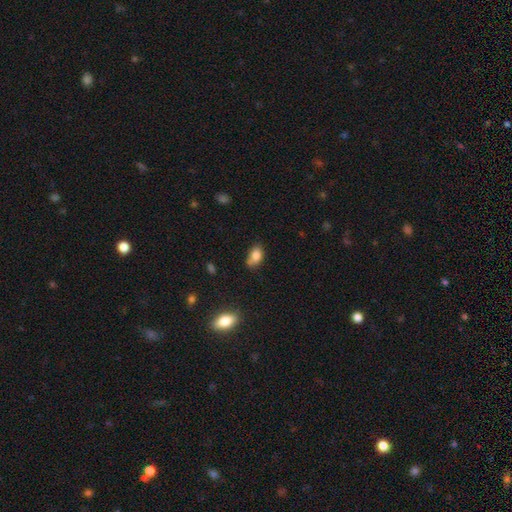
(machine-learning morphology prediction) This appears to be a smooth galaxy with no disk features (82%) that is in between round and cigar-shaped (86%). Merging: none (55%).